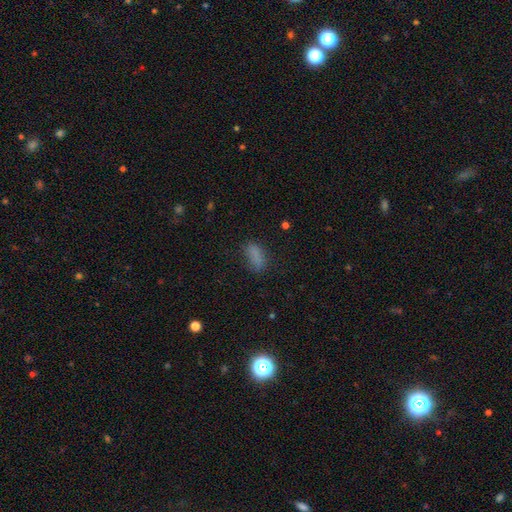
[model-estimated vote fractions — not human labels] A smooth galaxy with no disk features (81%) that is in between round and cigar-shaped (84%). Merging: none (65%).